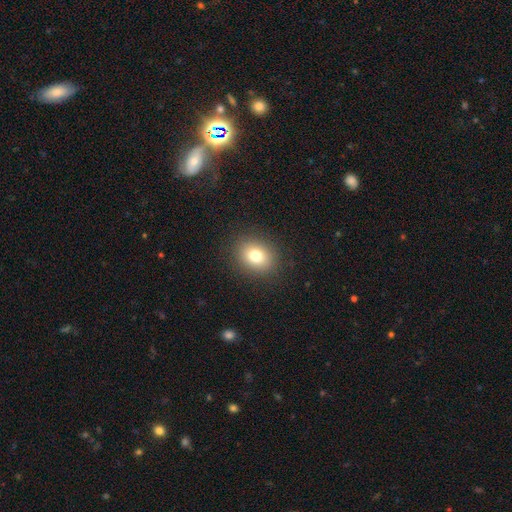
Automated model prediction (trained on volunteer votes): This is likely a smooth galaxy (78%). How rounded: possibly round (59%). Merging: clearly none (89%).